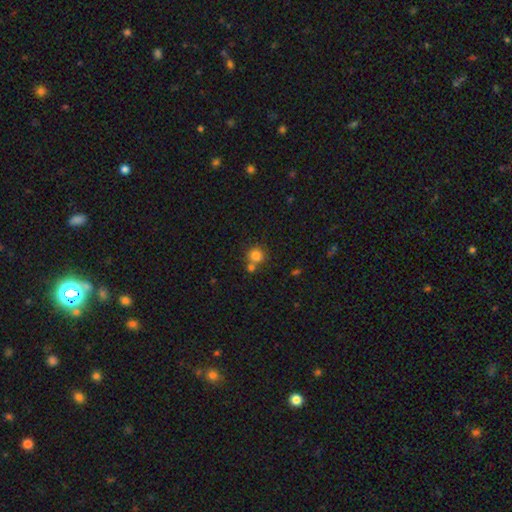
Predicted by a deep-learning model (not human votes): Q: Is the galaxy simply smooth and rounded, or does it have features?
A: smooth — 81%.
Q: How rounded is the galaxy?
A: round — 90%.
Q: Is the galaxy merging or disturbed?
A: none — 58%.